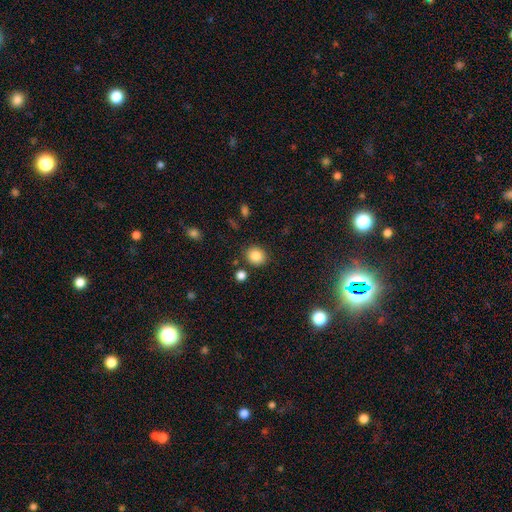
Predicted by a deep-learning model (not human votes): Smooth or featured? smooth (86%)
How rounded? round (75%)
Merging? none (85%)